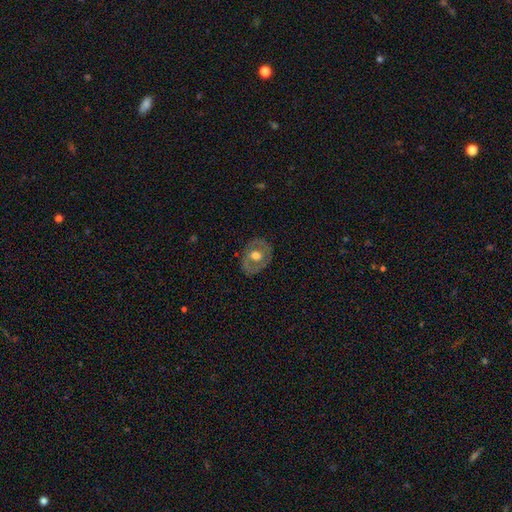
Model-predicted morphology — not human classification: A featured or disk galaxy (52%).

Vote fractions:
- Smooth or featured? featured or disk: 52% / smooth: 41% / star or artifact: 6%
- Edge-on disk? no: 93% / yes: 7%
- Merging? none: 79% / minor disturbance: 15% / major disturbance: 5% / merger: 1%